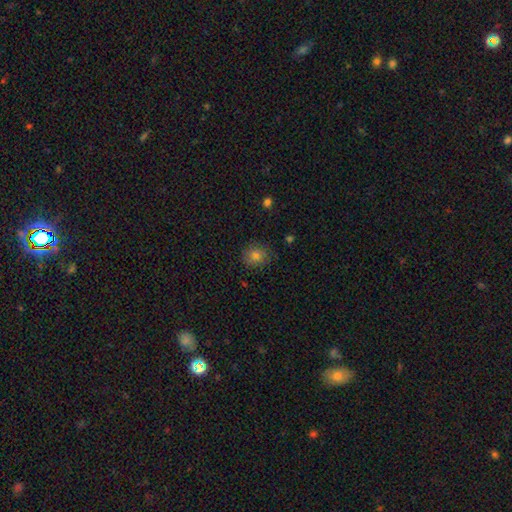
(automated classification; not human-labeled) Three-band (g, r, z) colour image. It shows a smooth galaxy with no disk features (77%) that is round (74%). Merging: none (84%).